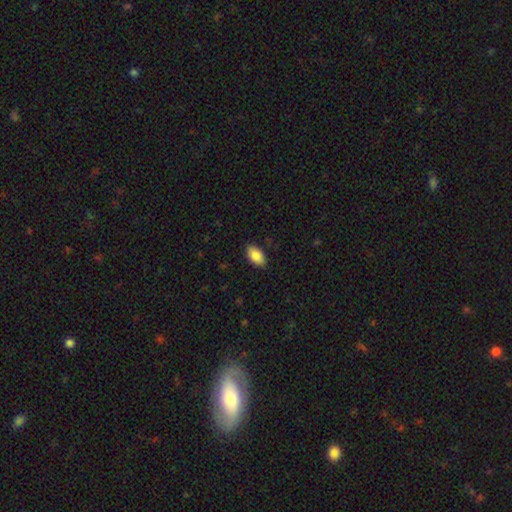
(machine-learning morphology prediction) Smooth or featured: smooth — 88% (star or artifact — 7%)
How rounded: in between — 94% (round — 4%)
Merging: none — 87% (minor disturbance — 10%)